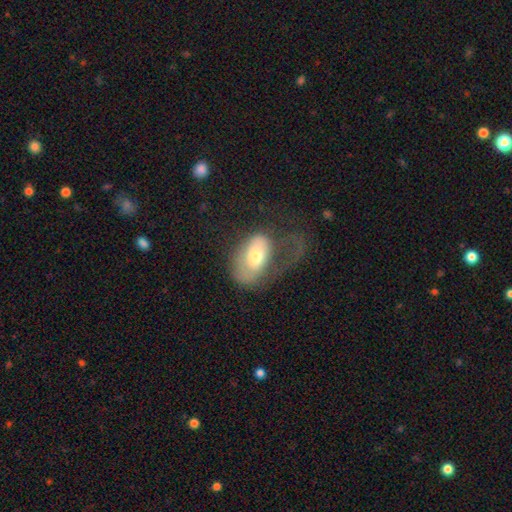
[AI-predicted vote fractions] Smooth or featured: smooth — 58% (featured or disk — 35%)
How rounded: in between — 89% (round — 10%)
Merging: major disturbance — 55% (none — 22%)